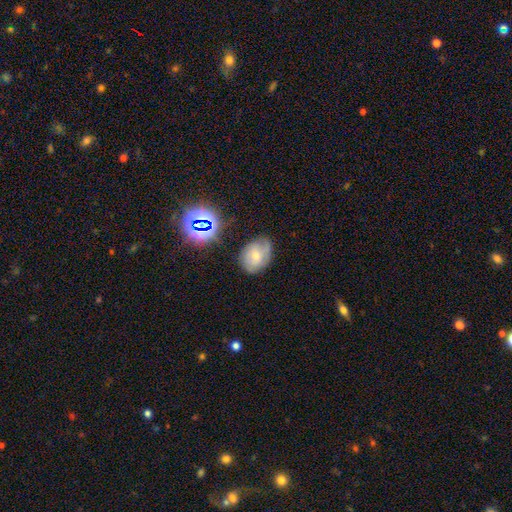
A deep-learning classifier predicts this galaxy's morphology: Smooth or featured? smooth (50%)
How rounded? in between (63%)
Merging? none (61%)